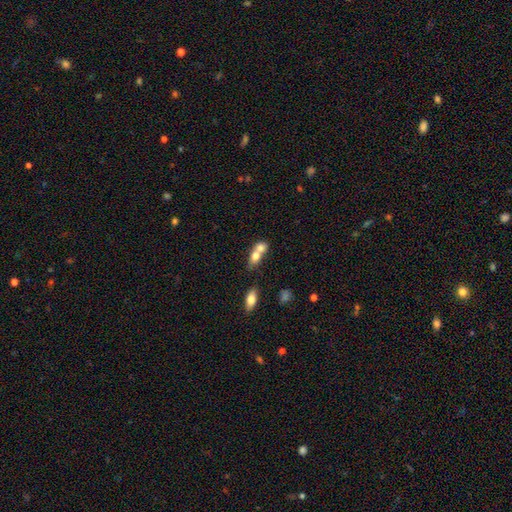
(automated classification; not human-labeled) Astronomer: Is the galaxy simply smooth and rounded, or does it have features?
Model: smooth — 71%.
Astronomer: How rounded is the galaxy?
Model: in between — 62%.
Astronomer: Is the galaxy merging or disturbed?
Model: merger — 71%.